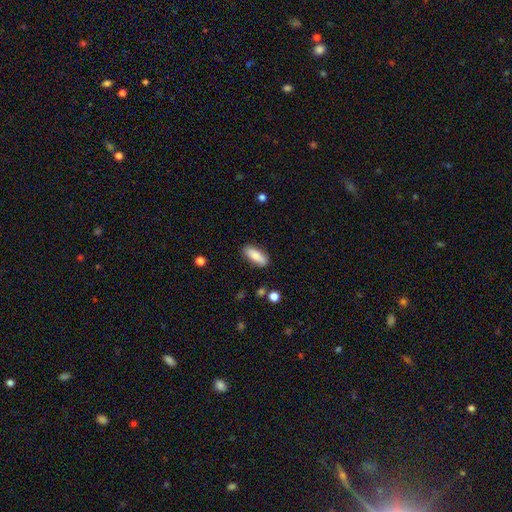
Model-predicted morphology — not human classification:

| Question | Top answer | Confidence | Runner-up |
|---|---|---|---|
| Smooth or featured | smooth | 80% | featured or disk (13%) |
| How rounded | in between | 67% | cigar-shaped (31%) |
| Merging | none | 85% | minor disturbance (11%) |